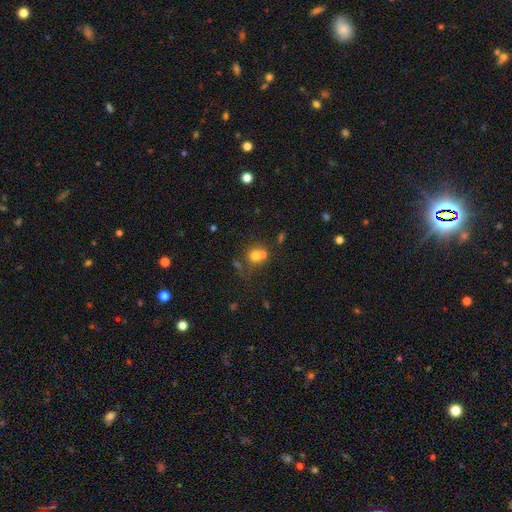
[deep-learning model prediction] This appears to be a smooth galaxy with no disk features (68%) that is round (80%). Merging: merger (49%).